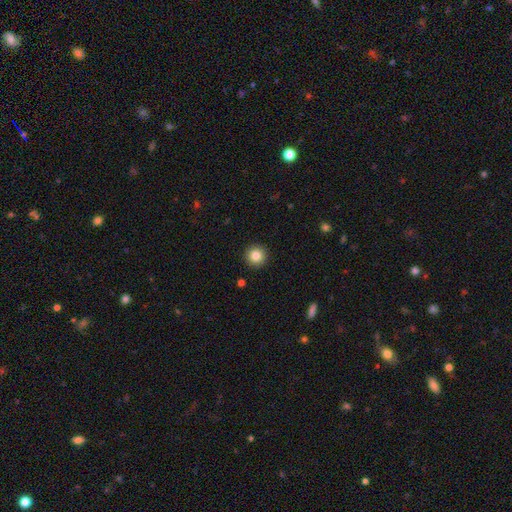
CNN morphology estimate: This appears to be a smooth galaxy with no disk features (84%) that is round (96%). Merging: none (93%).